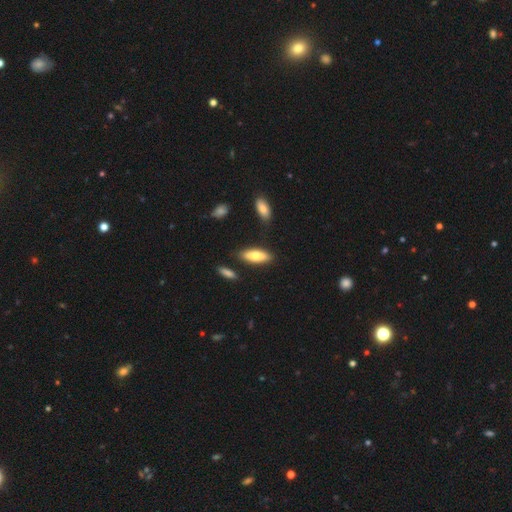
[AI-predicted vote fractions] smooth-or-featured: smooth: 75% | featured or disk: 20% | star or artifact: 6%
  how-rounded: in between: 62% | cigar-shaped: 36% | round: 2%
  merging: none: 81% | minor disturbance: 12% | merger: 5% | major disturbance: 3%